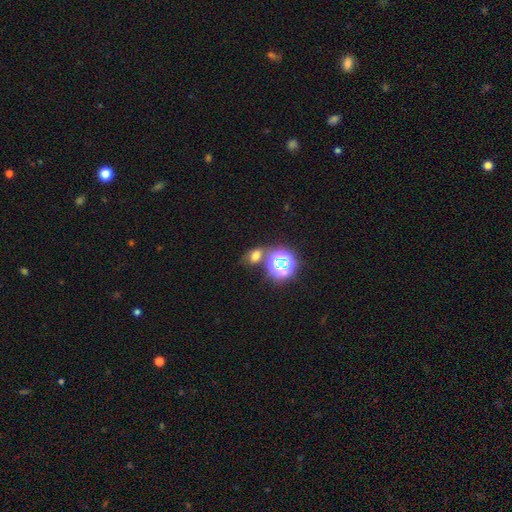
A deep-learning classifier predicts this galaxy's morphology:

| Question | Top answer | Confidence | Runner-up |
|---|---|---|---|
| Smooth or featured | smooth | 58% | star or artifact (32%) |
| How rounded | in between | 67% | round (31%) |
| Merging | none | 61% | merger (19%) |